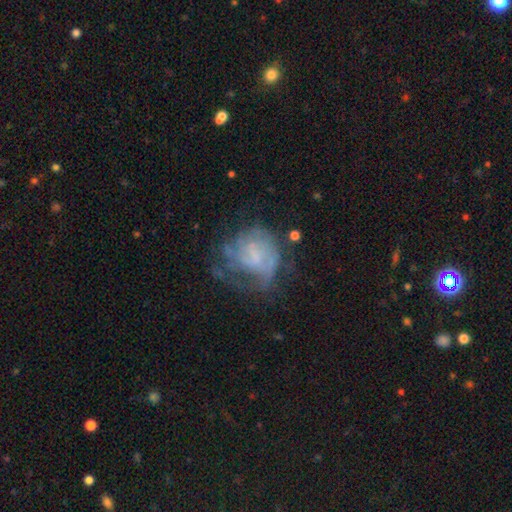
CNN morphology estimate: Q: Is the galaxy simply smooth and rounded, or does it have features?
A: featured or disk — 65%.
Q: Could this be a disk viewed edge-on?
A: no — 98%.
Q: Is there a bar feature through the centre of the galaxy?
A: no — 62%.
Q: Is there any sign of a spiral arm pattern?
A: yes — 67%.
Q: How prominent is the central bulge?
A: none — 50%.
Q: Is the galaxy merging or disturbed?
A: none — 45%.